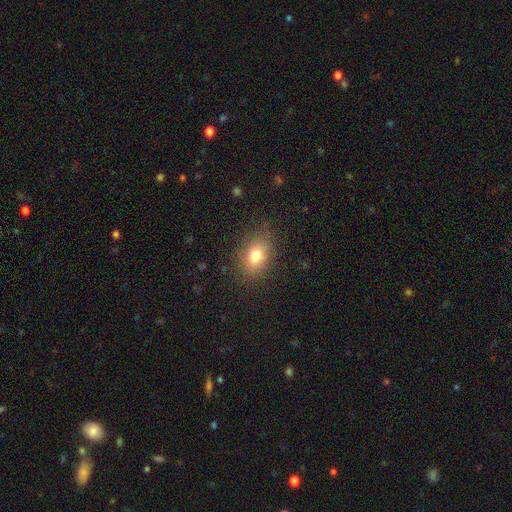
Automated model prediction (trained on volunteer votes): Morphology: type=smooth (78%); roundness=in between (78%); merging=none (78%).